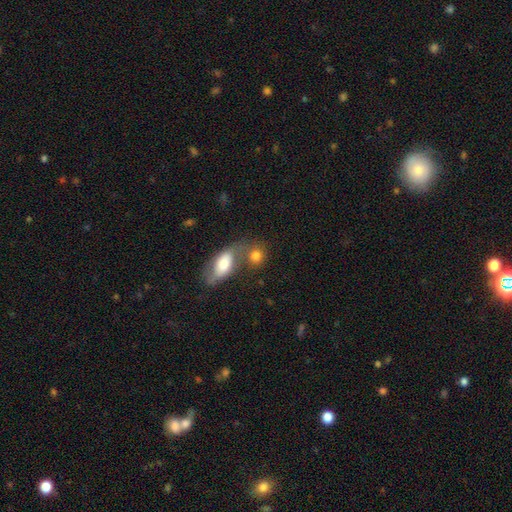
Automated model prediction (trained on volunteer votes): This is likely a smooth galaxy (78%). How rounded: possibly round (58%). Merging: marginally merger (45%).